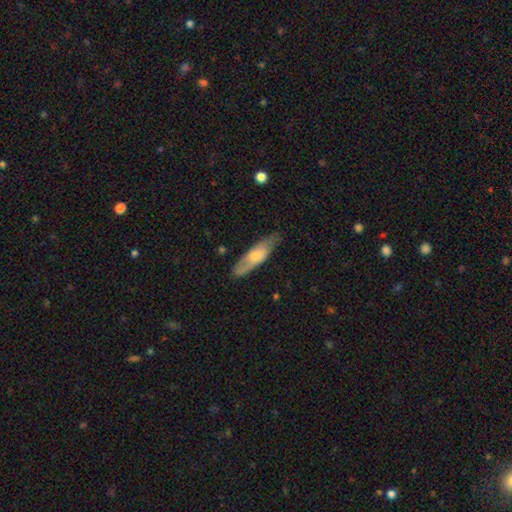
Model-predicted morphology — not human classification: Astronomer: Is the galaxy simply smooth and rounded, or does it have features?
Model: smooth — 48% (runner-up: featured or disk, 47%).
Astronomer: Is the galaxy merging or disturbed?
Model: none — 76%.